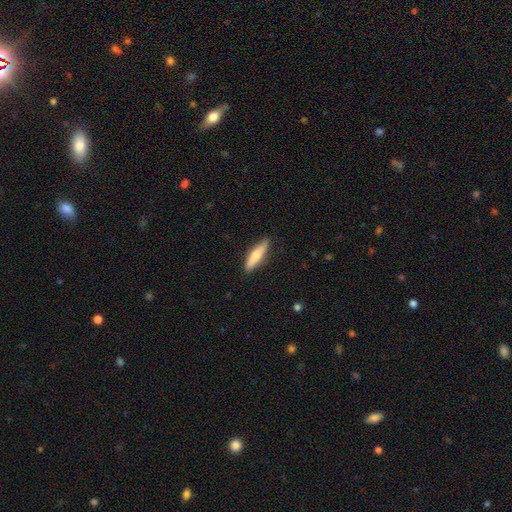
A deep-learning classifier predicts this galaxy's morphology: This is likely a smooth galaxy (65%). How rounded: likely cigar-shaped (78%). Merging: clearly none (86%).